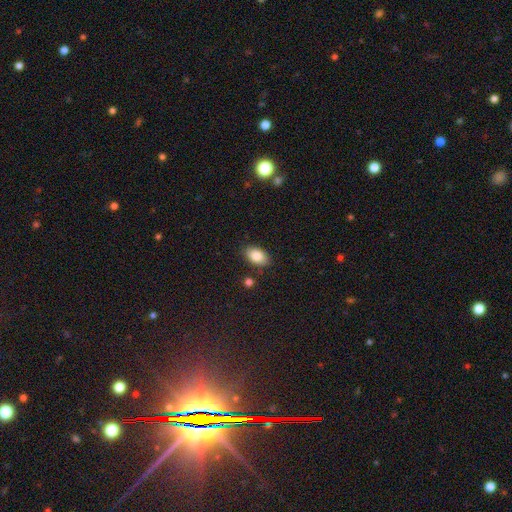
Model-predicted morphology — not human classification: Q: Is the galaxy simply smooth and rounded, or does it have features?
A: smooth — 86%.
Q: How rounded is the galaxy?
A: in between — 91%.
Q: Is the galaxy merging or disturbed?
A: none — 83%.